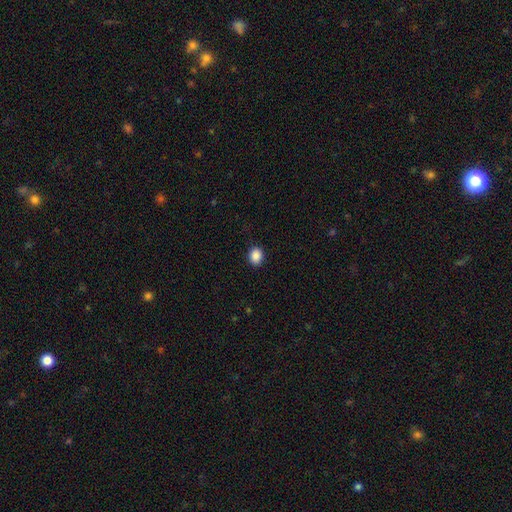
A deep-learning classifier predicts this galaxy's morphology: smooth-or-featured: smooth: 89% | star or artifact: 9% | featured or disk: 3%
  how-rounded: round: 53% | in between: 46% | cigar-shaped: 1%
  merging: none: 89% | minor disturbance: 8% | major disturbance: 2% | merger: 1%